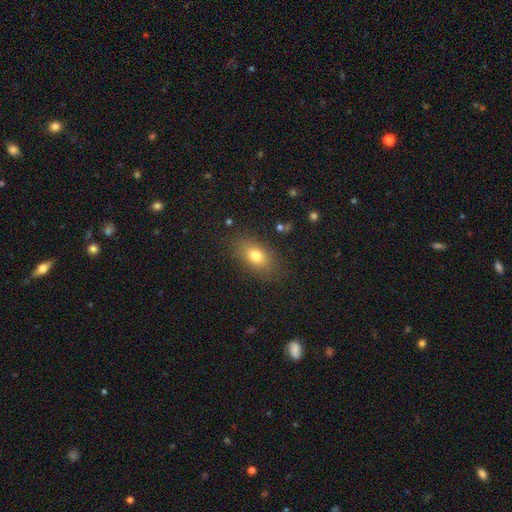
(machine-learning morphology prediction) Smooth or featured: smooth — 77% (featured or disk — 13%)
How rounded: in between — 84% (round — 12%)
Merging: none — 83% (minor disturbance — 12%)